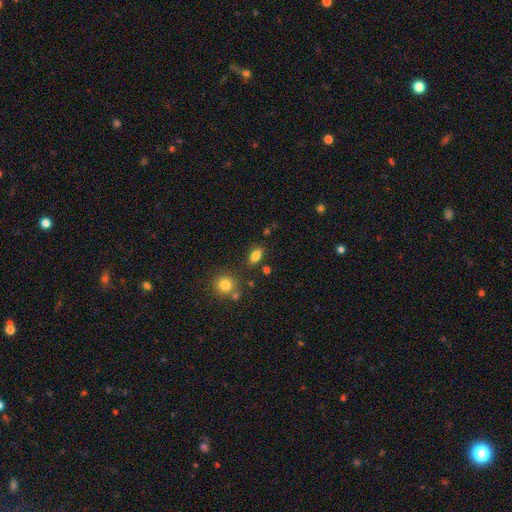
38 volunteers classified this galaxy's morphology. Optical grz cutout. It shows a smooth galaxy with no disk features (87%) that is in between round and cigar-shaped (91%). Merging: none (72%).